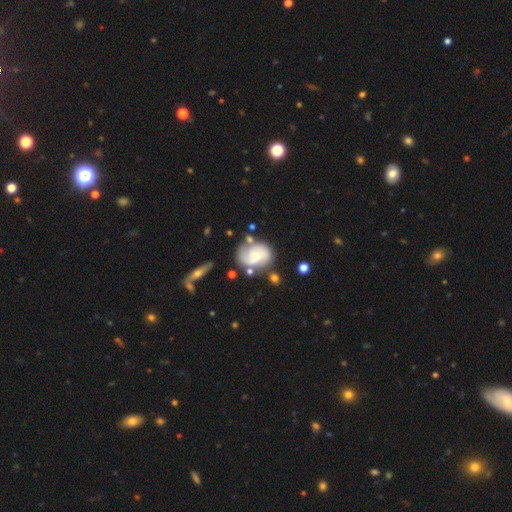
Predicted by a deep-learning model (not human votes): This appears to be a featured or disk galaxy (66%) with no bar (63%), 2 (64%) medium (42%) spiral arms (90%) and a small central bulge (54%). Merging: none (57%).